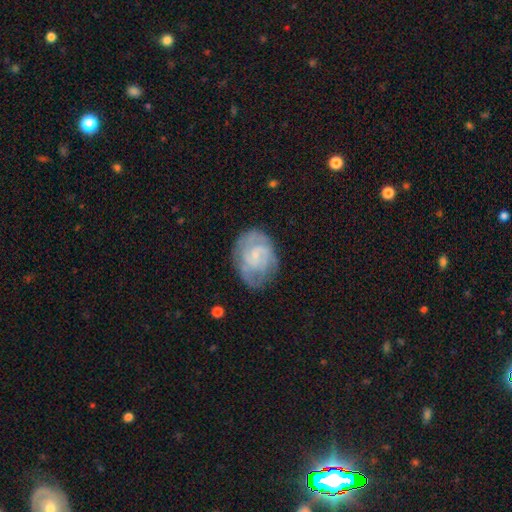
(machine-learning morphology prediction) A featured or disk galaxy (73%) with no bar (62%), tight (54%) spiral arms (88%) and a small central bulge (72%). Merging: none (63%).